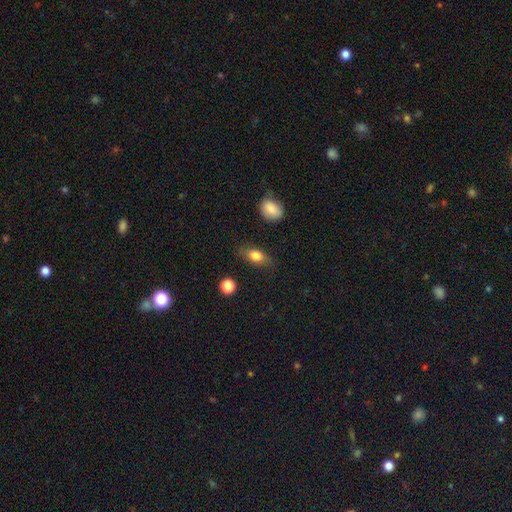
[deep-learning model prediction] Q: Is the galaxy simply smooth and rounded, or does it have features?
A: smooth — 81%.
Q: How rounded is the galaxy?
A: in between — 82%.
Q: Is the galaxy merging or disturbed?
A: none — 77%.